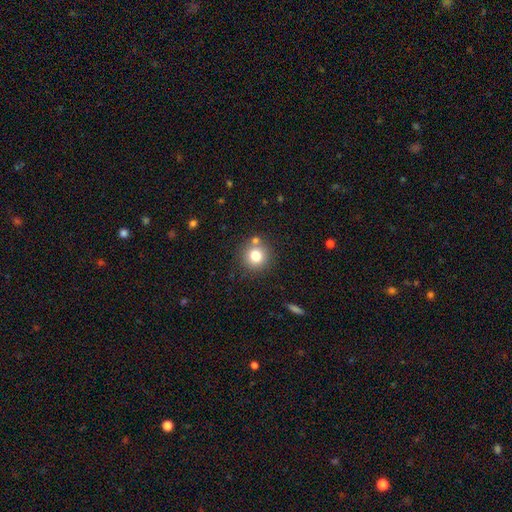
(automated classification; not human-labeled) Smooth or featured? Predicted: smooth (p=0.79). How rounded? Predicted: round (p=0.92). Merging? Predicted: none (p=0.77).